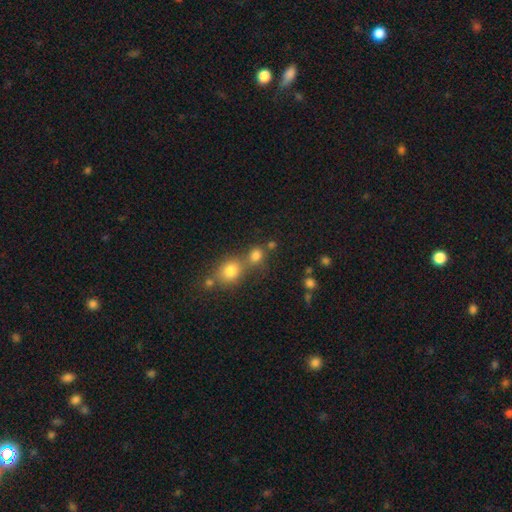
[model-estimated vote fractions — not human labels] This appears to be a smooth galaxy with no disk features (78%) that is round (71%). Merging: none (49%).